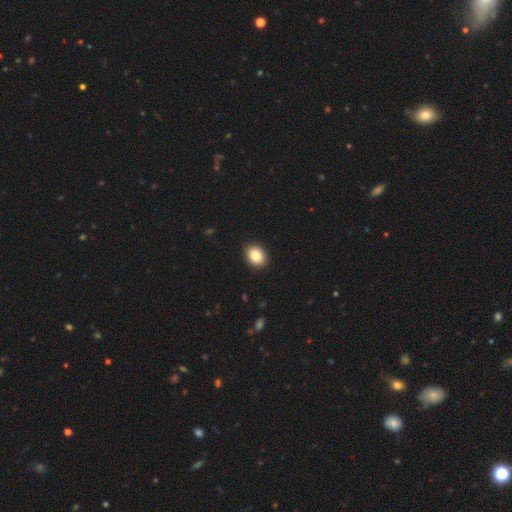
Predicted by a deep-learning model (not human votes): The model was most divided on "how rounded": in between: 64%, round: 35%, cigar-shaped: 1%. More confident: merging — none (91%); smooth or featured — smooth (88%).